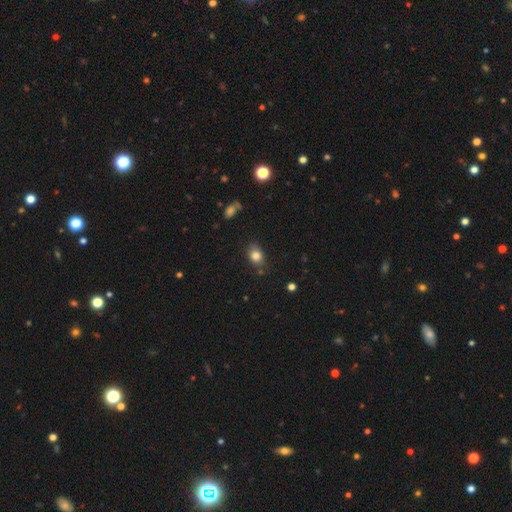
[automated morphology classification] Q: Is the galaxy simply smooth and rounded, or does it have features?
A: smooth — 82%.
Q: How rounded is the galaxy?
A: in between — 60%.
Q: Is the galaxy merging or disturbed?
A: none — 73%.